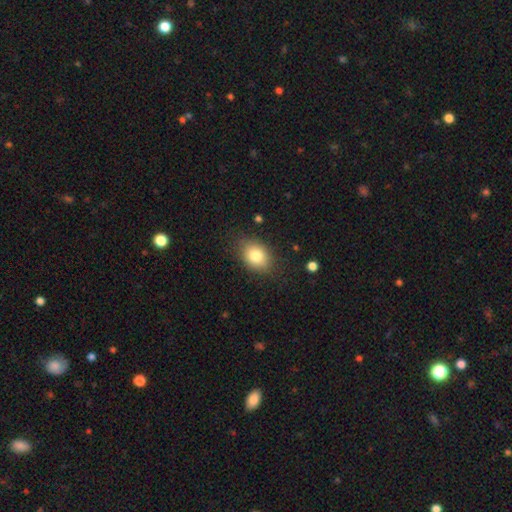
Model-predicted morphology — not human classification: This is clearly a smooth galaxy (81%). How rounded: likely in between (71%). Merging: clearly none (82%).